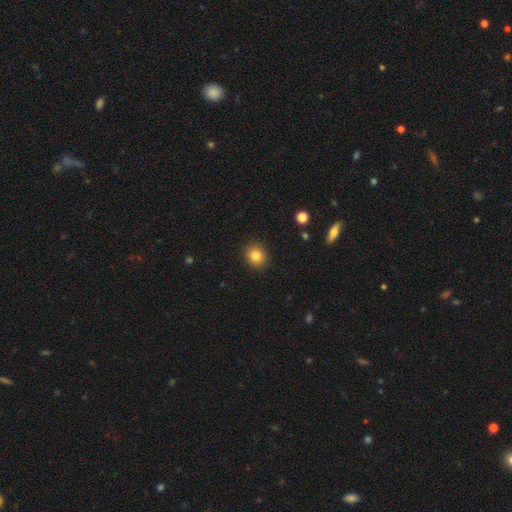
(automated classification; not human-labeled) smooth-or-featured: smooth: 83% | star or artifact: 11% | featured or disk: 6%
  how-rounded: round: 81% | in between: 18% | cigar-shaped: 1%
  merging: none: 90% | minor disturbance: 7% | major disturbance: 2% | merger: 1%